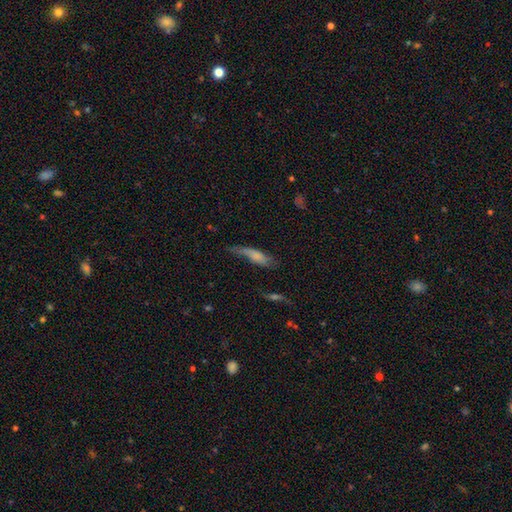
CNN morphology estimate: This appears to be a smooth galaxy with no disk features (64%) that is cigar-shaped (62%). Merging: none (38%).